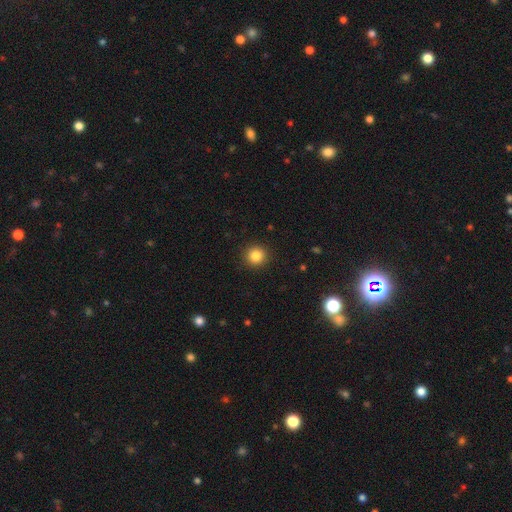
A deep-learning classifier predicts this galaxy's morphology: Smooth or featured?
  - smooth: 84% *
  - star or artifact: 11%
  - featured or disk: 5%
How rounded?
  - round: 94% *
  - in between: 5%
  - cigar-shaped: 1%
Merging?
  - none: 92% *
  - minor disturbance: 5%
  - major disturbance: 2%
  - merger: 1%